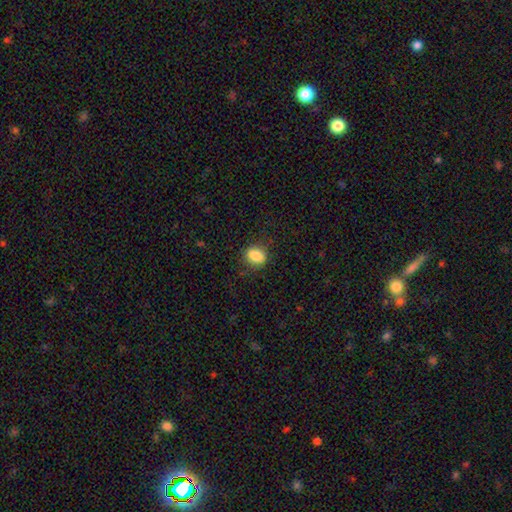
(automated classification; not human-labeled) Smooth or featured?
  - smooth: 86% *
  - star or artifact: 9%
  - featured or disk: 6%
How rounded?
  - in between: 70% *
  - round: 27%
  - cigar-shaped: 3%
Merging?
  - none: 80% *
  - minor disturbance: 15%
  - major disturbance: 5%
  - merger: 1%